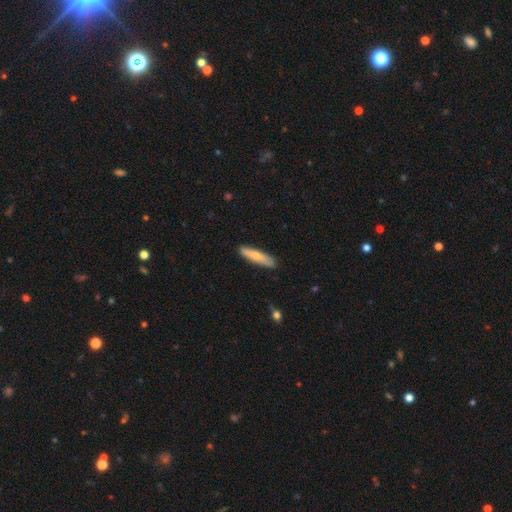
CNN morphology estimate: Smooth or featured?
  - smooth: 69% *
  - featured or disk: 26%
  - star or artifact: 5%
How rounded?
  - cigar-shaped: 81% *
  - in between: 17%
  - round: 2%
Merging?
  - none: 85% *
  - minor disturbance: 11%
  - major disturbance: 2%
  - merger: 1%